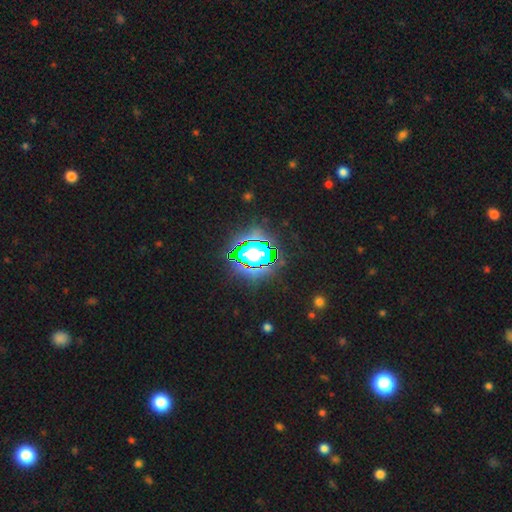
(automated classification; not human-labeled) A star or artifact, not a galaxy (78%).